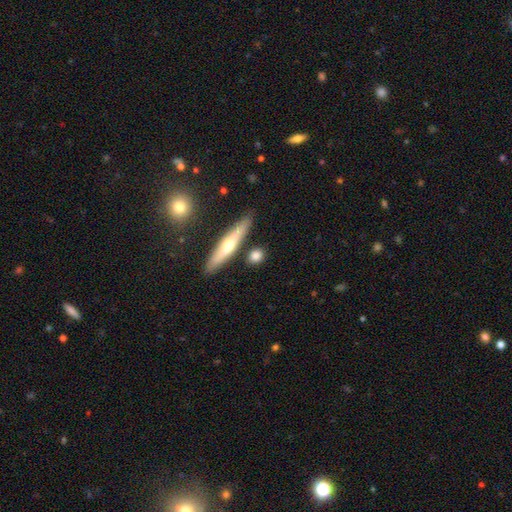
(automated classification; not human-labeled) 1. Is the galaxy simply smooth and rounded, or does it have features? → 72% smooth, 21% featured or disk, 7% star or artifact.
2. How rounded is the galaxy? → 43% round, 34% cigar-shaped, 23% in between.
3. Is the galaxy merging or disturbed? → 81% none, 10% minor disturbance, 7% merger, 3% major disturbance.